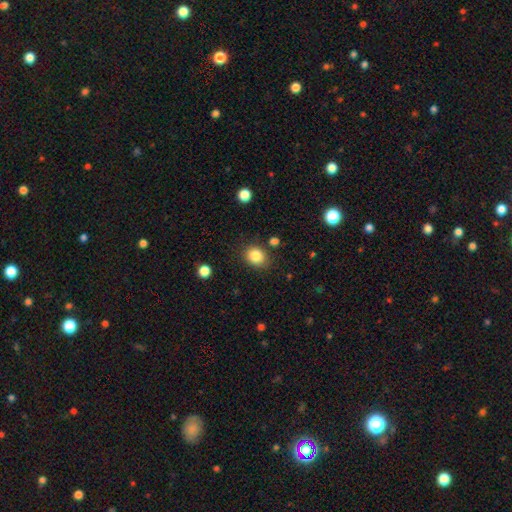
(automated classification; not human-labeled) Smooth or featured?
  - smooth: 85% *
  - star or artifact: 10%
  - featured or disk: 5%
How rounded?
  - round: 67% *
  - in between: 32%
  - cigar-shaped: 1%
Merging?
  - none: 83% *
  - minor disturbance: 11%
  - major disturbance: 3%
  - merger: 3%